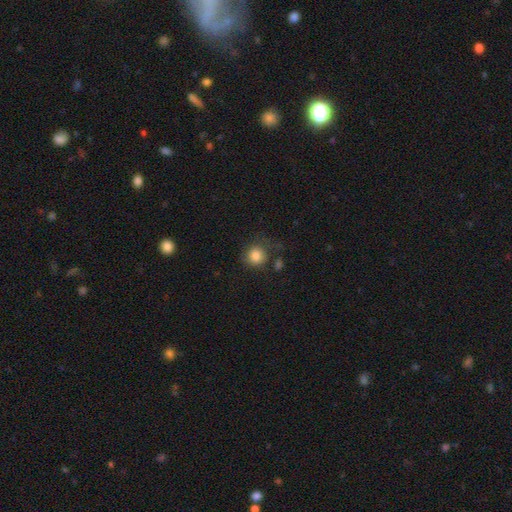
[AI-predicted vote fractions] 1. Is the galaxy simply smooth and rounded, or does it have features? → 84% smooth, 10% star or artifact, 6% featured or disk.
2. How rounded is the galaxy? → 87% round, 12% in between, 1% cigar-shaped.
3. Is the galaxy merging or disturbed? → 65% none, 18% minor disturbance, 10% major disturbance, 6% merger.